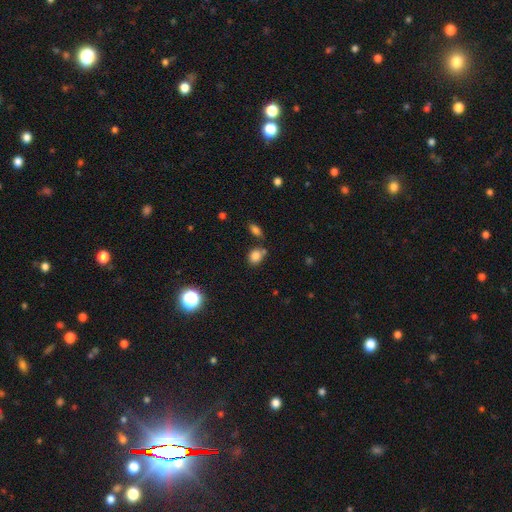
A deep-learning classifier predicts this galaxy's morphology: This appears to be a smooth galaxy with no disk features (82%) that is in between round and cigar-shaped (54%). Merging: none (67%).